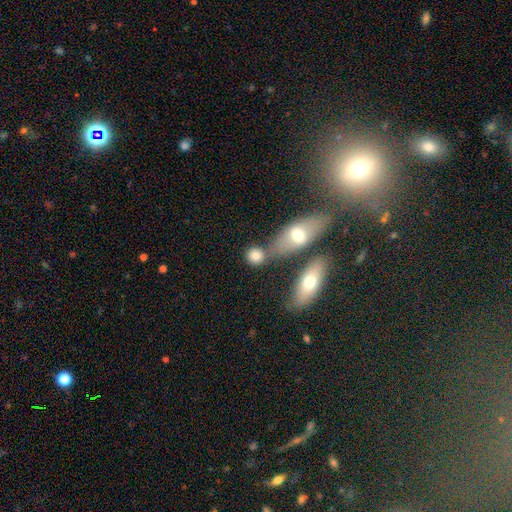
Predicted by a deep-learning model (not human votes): Q: Smooth or featured?
A: smooth (80%); runner-up: featured or disk (11%)
Q: How rounded?
A: round (72%); runner-up: in between (24%)
Q: Merging?
A: none (58%); runner-up: merger (26%)